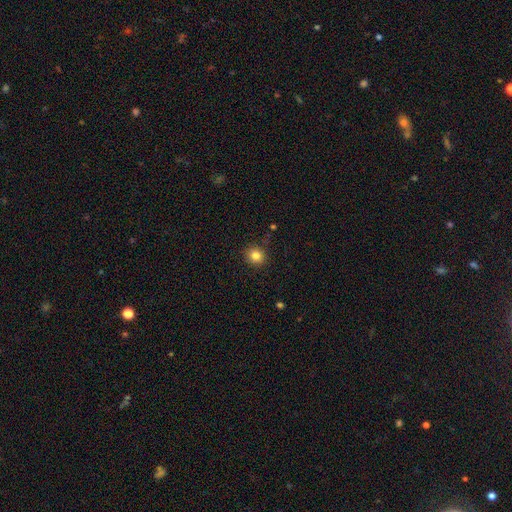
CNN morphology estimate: Smooth or featured? smooth (83%)
How rounded? round (86%)
Merging? none (89%)